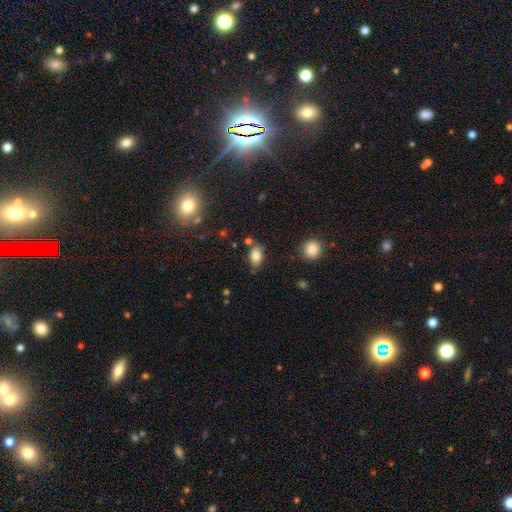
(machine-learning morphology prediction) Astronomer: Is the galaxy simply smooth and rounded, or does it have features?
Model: smooth — 80%.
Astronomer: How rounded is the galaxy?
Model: in between — 85%.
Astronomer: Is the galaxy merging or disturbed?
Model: none — 71%.